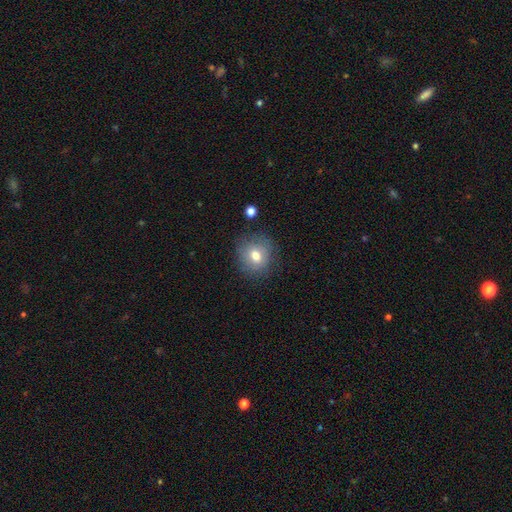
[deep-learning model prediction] A smooth galaxy with no disk features (74%) that is round (80%). Merging: none (80%).